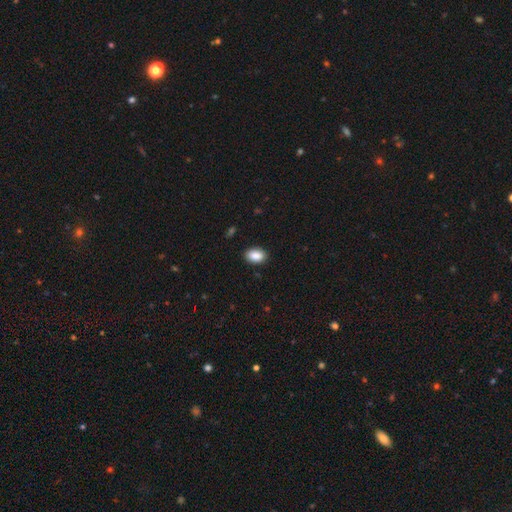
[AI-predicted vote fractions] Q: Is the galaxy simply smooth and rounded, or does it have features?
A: smooth — 89%.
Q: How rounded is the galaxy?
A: in between — 89%.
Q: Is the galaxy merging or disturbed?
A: none — 89%.